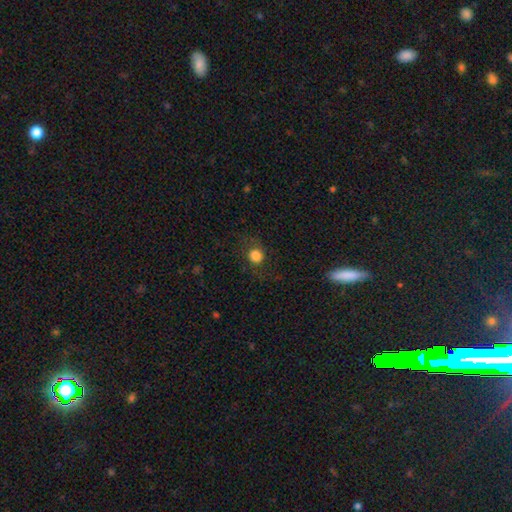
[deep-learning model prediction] smooth-or-featured: smooth: 77% | featured or disk: 12% | star or artifact: 11%
  how-rounded: round: 83% | in between: 16% | cigar-shaped: 1%
  merging: none: 73% | minor disturbance: 15% | major disturbance: 11% | merger: 1%